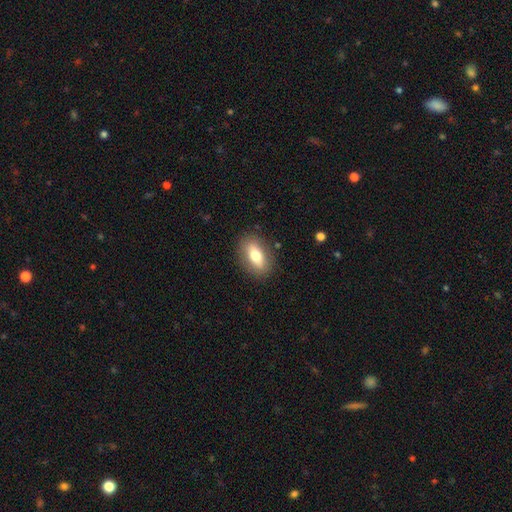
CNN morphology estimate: Smooth or featured?
  - smooth: 69% *
  - featured or disk: 24%
  - star or artifact: 7%
How rounded?
  - in between: 82% *
  - cigar-shaped: 10%
  - round: 8%
Merging?
  - none: 86% *
  - minor disturbance: 10%
  - major disturbance: 3%
  - merger: 1%